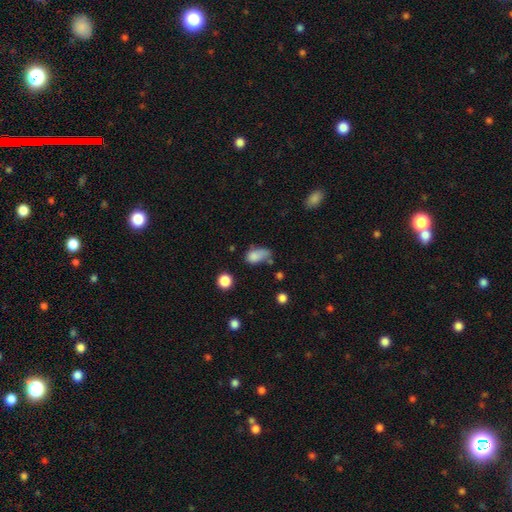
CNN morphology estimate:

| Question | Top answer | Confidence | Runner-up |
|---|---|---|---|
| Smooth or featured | smooth | 79% | star or artifact (11%) |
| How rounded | in between | 84% | round (12%) |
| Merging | minor disturbance | 34% | tied: none (34%) |